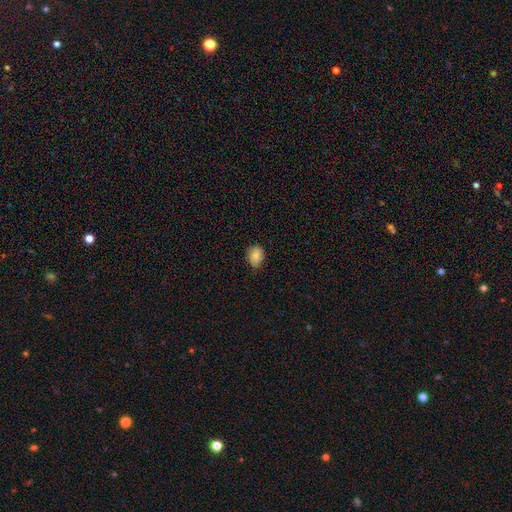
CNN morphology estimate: smooth 85%, star or artifact 8%, featured or disk 7%. Down the decision tree: how rounded — in between (54%); merging — none (72%).